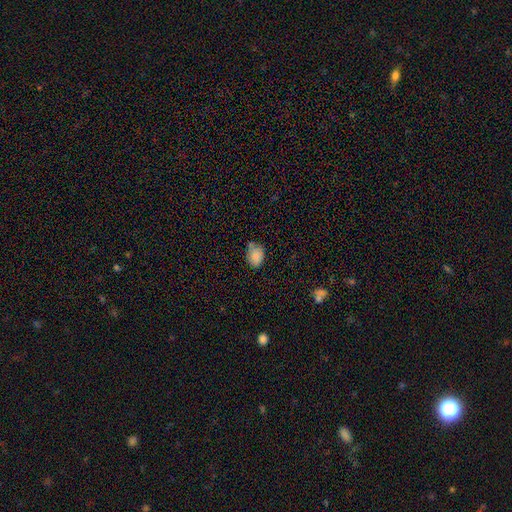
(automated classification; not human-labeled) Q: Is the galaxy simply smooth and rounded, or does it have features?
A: smooth — 84%.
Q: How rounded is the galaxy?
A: in between — 69%.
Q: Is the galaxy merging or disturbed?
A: none — 57%.